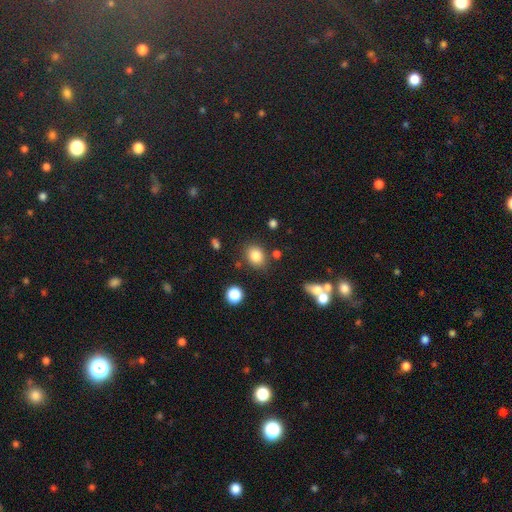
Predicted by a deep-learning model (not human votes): A smooth galaxy with no disk features (82%) that is in between round and cigar-shaped (51%). Merging: none (78%).